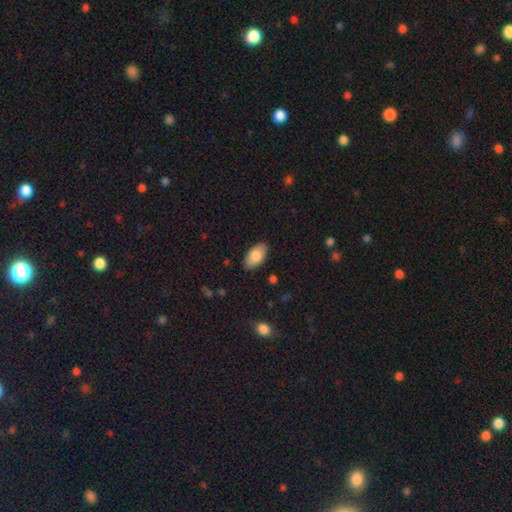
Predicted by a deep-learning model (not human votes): smooth_or_featured: smooth (p=0.84) [alt: featured or disk p=0.10]
how_rounded: in between (p=0.95) [alt: round p=0.03]
merging: none (p=0.87) [alt: minor disturbance p=0.10]